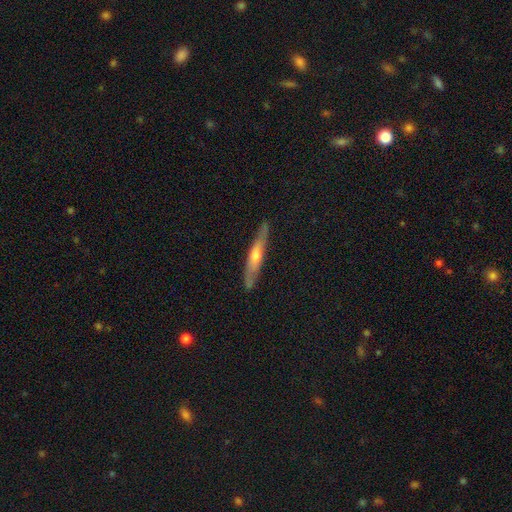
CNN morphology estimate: This appears to be a featured or disk galaxy (59%) viewed edge-on (88%) with a rounded central bulge (77%). Merging: none (84%).